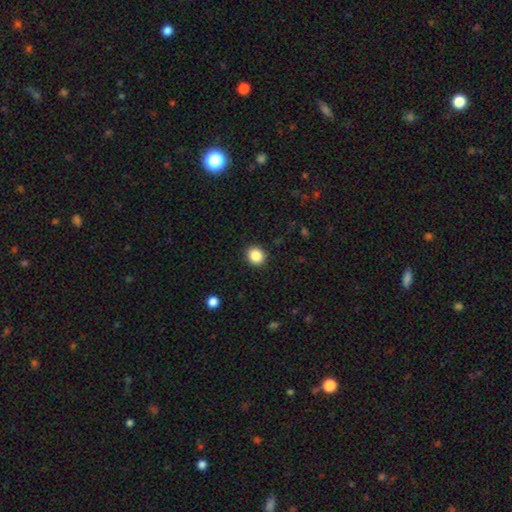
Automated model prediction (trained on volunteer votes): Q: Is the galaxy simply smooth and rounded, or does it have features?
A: smooth — 87%.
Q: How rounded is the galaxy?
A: round — 75%.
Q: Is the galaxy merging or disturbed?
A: none — 90%.